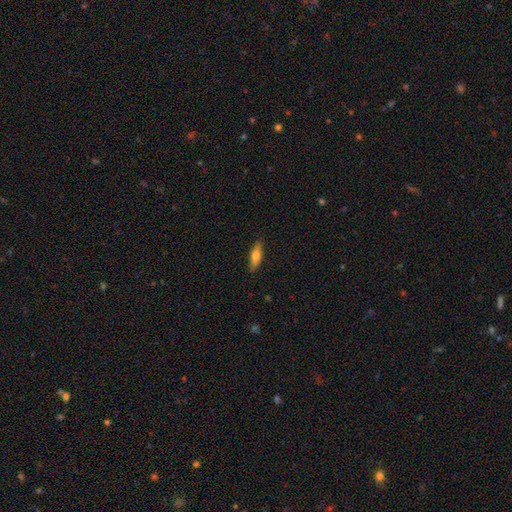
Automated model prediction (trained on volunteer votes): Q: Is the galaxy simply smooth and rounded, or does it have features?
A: smooth — 66%.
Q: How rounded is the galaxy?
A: cigar-shaped — 50%.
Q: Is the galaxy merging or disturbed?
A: none — 86%.